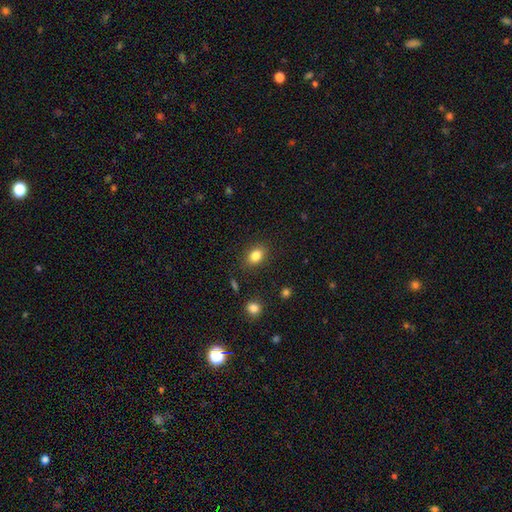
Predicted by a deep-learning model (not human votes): smooth_or_featured: smooth (p=0.84) [alt: star or artifact p=0.09]
how_rounded: in between (p=0.78) [alt: round p=0.20]
merging: none (p=0.86) [alt: minor disturbance p=0.10]